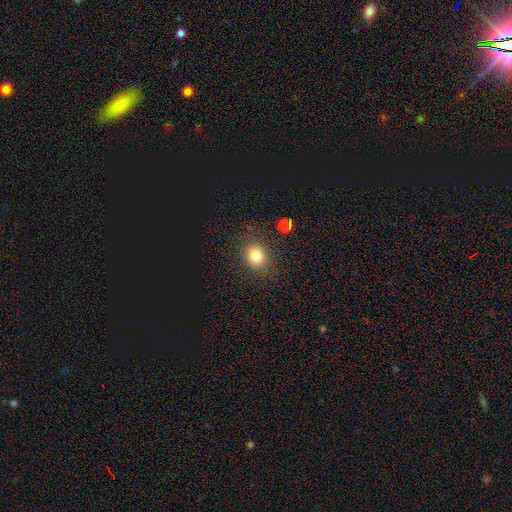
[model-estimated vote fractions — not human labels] Q: Smooth or featured?
A: smooth (78%); runner-up: star or artifact (14%)
Q: How rounded?
A: round (61%); runner-up: in between (38%)
Q: Merging?
A: none (82%); runner-up: minor disturbance (11%)